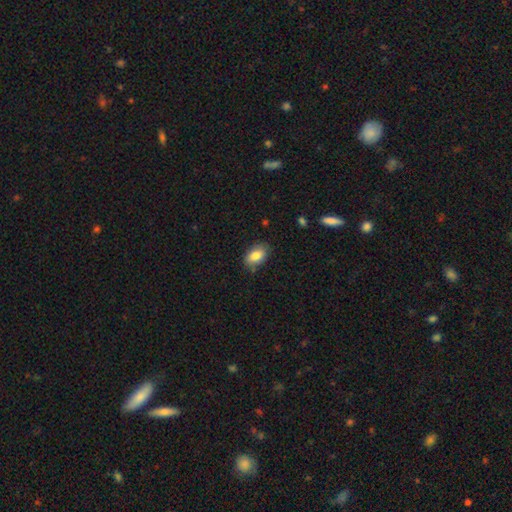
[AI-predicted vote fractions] Morphology: type=smooth (82%); roundness=in between (89%); merging=none (79%).